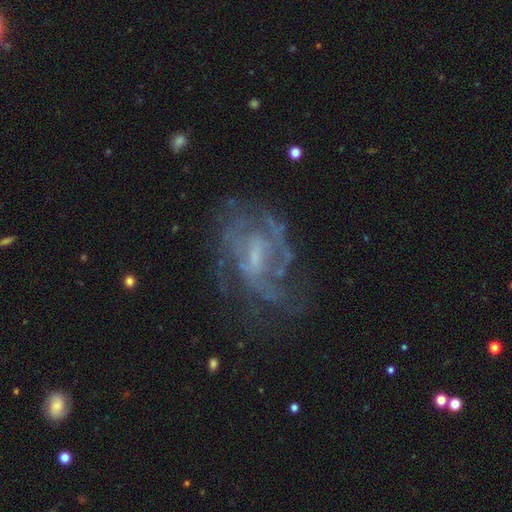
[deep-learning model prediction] Smooth or featured? Predicted: featured or disk (p=0.82). Edge-on disk? Predicted: no (p=0.96). Bar? Predicted: weak (p=0.53). Spiral arms? Predicted: yes (p=0.83). Spiral winding? Predicted: medium (p=0.43). Spiral arm count? Predicted: can't tell (p=0.42). Bulge size? Predicted: small (p=0.48). Merging? Predicted: none (p=0.58).